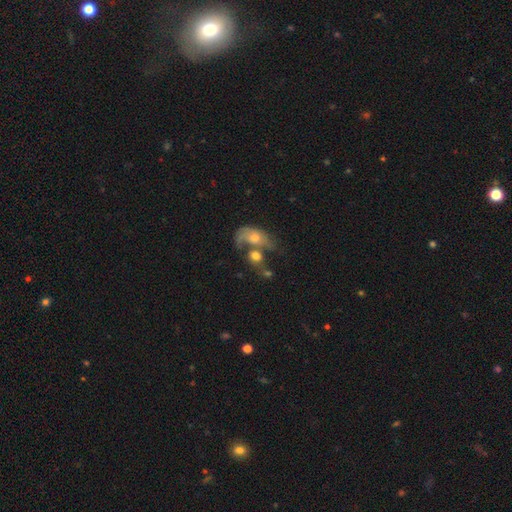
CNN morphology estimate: smooth 51%, featured or disk 38%, star or artifact 11%. Down the decision tree: how rounded — in between (55%); merging — merger (59%).